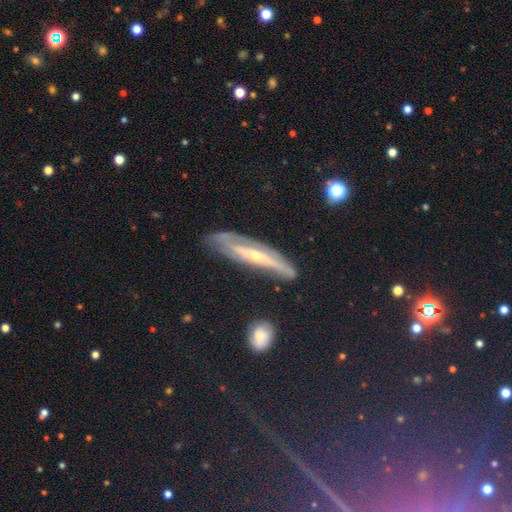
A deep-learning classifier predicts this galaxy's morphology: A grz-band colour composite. It shows a featured or disk galaxy (72%) viewed edge-on (59%). Merging: none (67%).